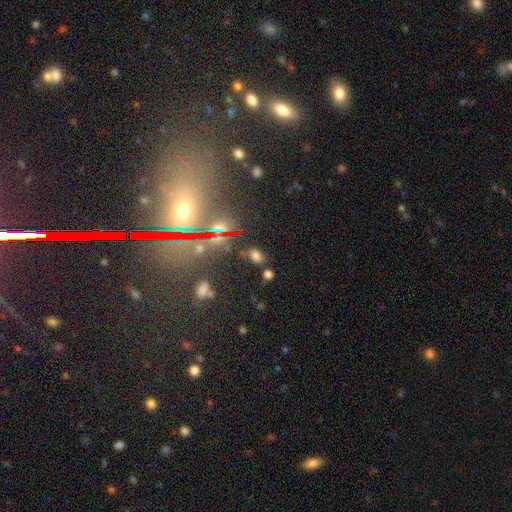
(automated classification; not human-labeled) Smooth or featured? Predicted: smooth (p=0.60). How rounded? Predicted: in between (p=0.81). Merging? Predicted: none (p=0.71).